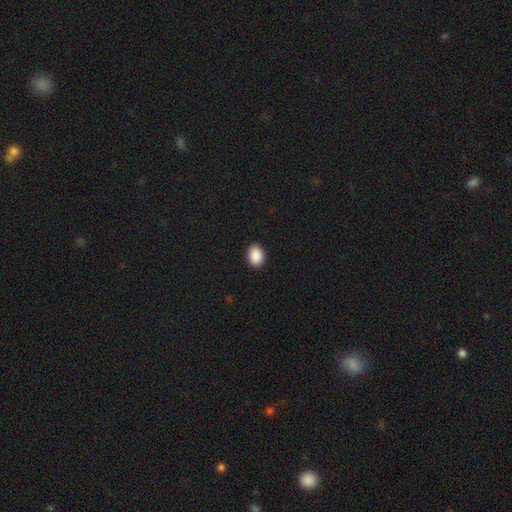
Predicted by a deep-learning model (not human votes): Smooth or featured?
  - smooth: 90% *
  - star or artifact: 8%
  - featured or disk: 2%
How rounded?
  - in between: 72% *
  - round: 27%
  - cigar-shaped: 1%
Merging?
  - none: 90% *
  - minor disturbance: 7%
  - major disturbance: 2%
  - merger: 1%